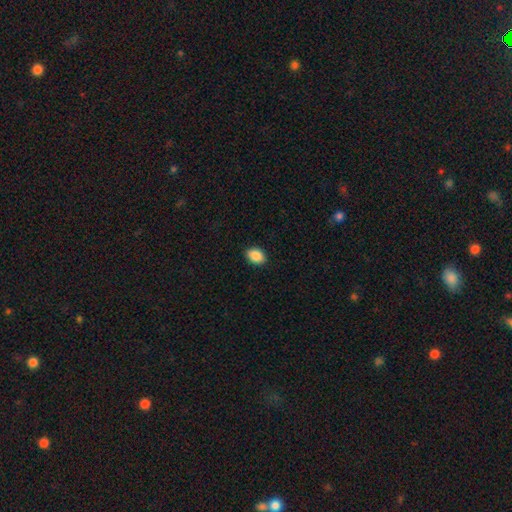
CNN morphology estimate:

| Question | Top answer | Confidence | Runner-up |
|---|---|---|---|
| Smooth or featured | smooth | 89% | star or artifact (8%) |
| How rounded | in between | 77% | round (22%) |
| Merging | none | 90% | minor disturbance (8%) |